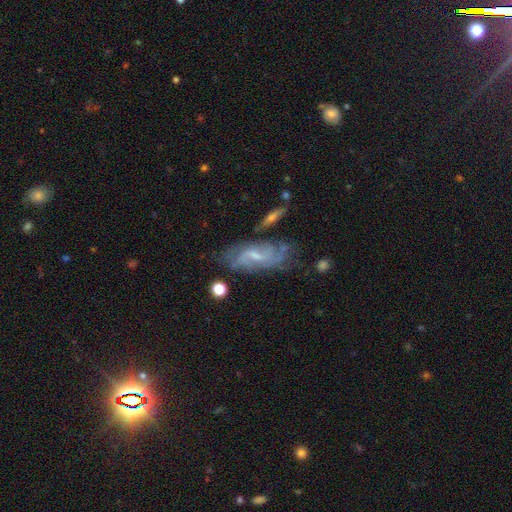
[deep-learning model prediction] smooth-or-featured: featured or disk: 78% | smooth: 13% | star or artifact: 8%
  disk-edge-on: no: 91% | yes: 9%
    bar: weak: 54% | no: 31% | strong: 15%
    has-spiral-arms: yes: 92% | no: 8%
      spiral-winding: medium: 45% | tight: 33% | loose: 22%
      spiral-arm-count: 2: 48% | can't tell: 27% | 3: 13% | 4: 5% | 1: 4% | more than 4: 3%
    bulge-size: small: 57% | moderate: 31% | none: 10% | large: 2% | dominant: 1%
  merging: none: 63% | minor disturbance: 20% | major disturbance: 10% | merger: 6%